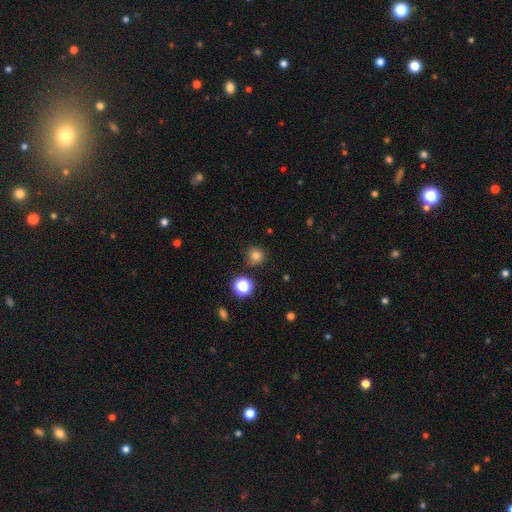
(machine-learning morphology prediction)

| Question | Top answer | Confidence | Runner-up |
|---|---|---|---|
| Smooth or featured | smooth | 80% | star or artifact (15%) |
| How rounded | round | 94% | in between (5%) |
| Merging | none | 87% | minor disturbance (8%) |